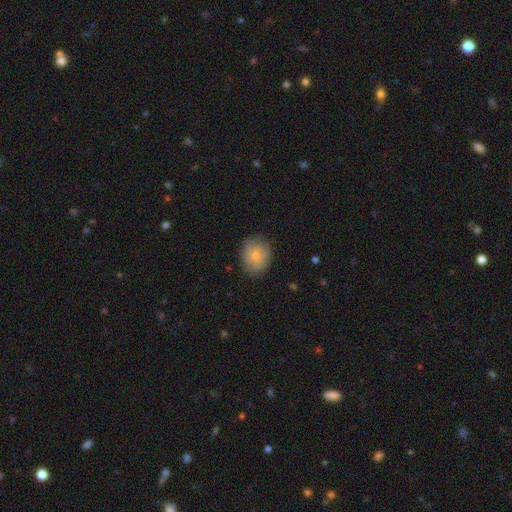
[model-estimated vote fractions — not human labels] Smooth or featured? Predicted: smooth (p=0.76). How rounded? Predicted: round (p=0.65). Merging? Predicted: none (p=0.79).